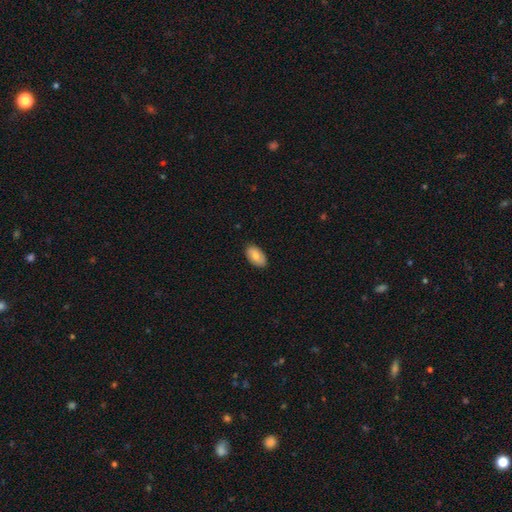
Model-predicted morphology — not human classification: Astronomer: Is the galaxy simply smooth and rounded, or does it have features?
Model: smooth — 73%.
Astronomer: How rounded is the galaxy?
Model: in between — 94%.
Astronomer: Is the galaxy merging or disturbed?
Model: none — 87%.